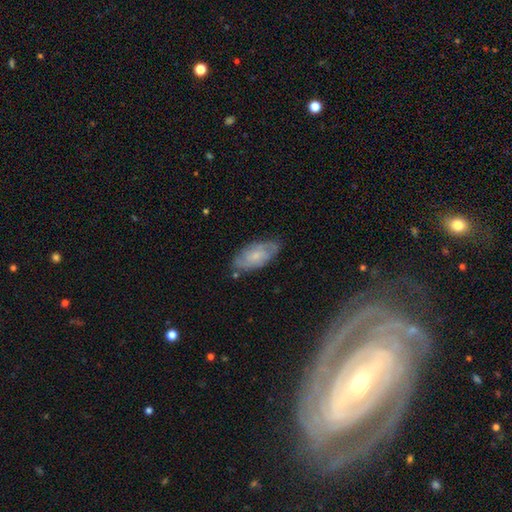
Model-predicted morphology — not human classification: A featured or disk galaxy (58%) with no bar (71%), spiral arms (83%) and a small central bulge (59%). Merging: none (73%).